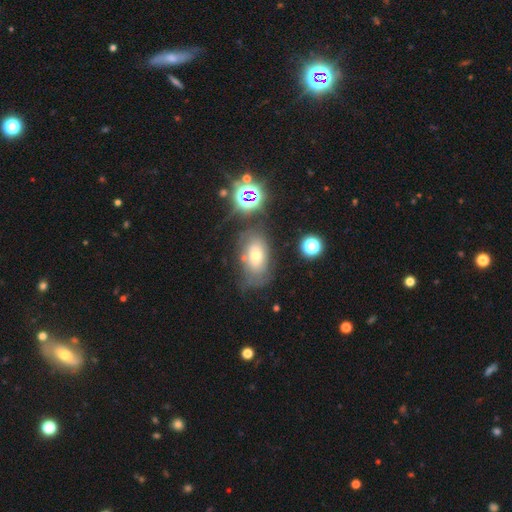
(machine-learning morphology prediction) smooth_or_featured: smooth (p=0.45) [alt: featured or disk p=0.39]
merging: none (p=0.60) [alt: minor disturbance p=0.22]